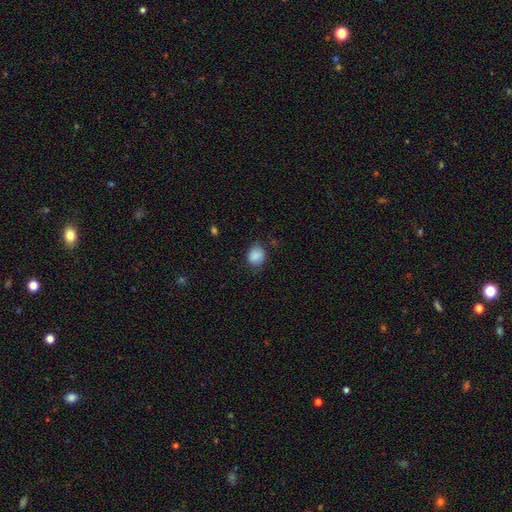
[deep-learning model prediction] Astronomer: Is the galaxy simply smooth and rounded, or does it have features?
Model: smooth — 87%.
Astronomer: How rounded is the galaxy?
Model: round — 66%.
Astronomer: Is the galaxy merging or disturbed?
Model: none — 73%.